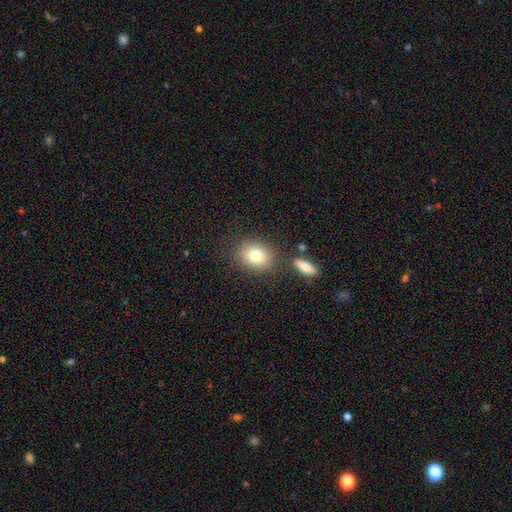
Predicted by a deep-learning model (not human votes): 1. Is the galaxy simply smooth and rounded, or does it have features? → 80% smooth, 11% featured or disk, 9% star or artifact.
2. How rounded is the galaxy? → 56% in between, 43% round, 1% cigar-shaped.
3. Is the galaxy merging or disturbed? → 76% none, 11% minor disturbance, 10% merger, 4% major disturbance.